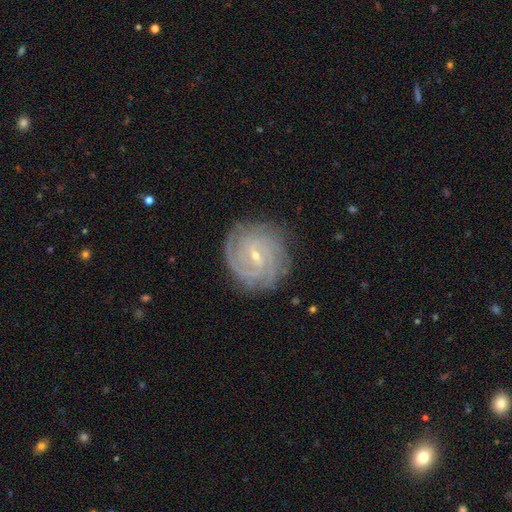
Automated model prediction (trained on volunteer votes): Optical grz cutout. It shows a featured or disk galaxy (89%) with a weak bar (48%), 4 (26%) tight (81%) spiral arms (98%) and a small central bulge (76%). Merging: none (84%).